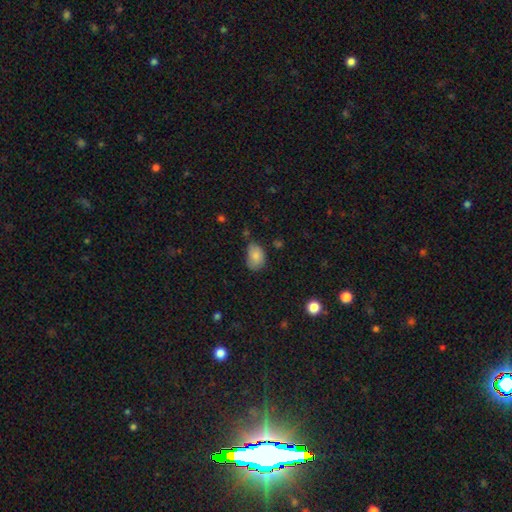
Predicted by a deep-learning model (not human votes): Q: Smooth or featured?
A: smooth (83%); runner-up: featured or disk (8%)
Q: How rounded?
A: in between (78%); runner-up: round (21%)
Q: Merging?
A: none (51%); runner-up: minor disturbance (37%)